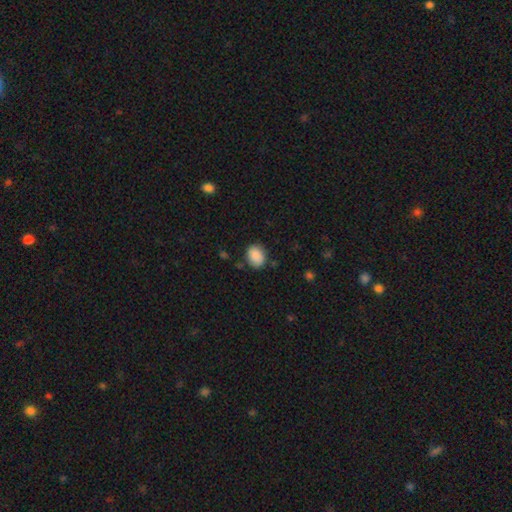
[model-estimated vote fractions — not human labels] Smooth or featured? smooth (89%)
How rounded? in between (66%)
Merging? none (80%)